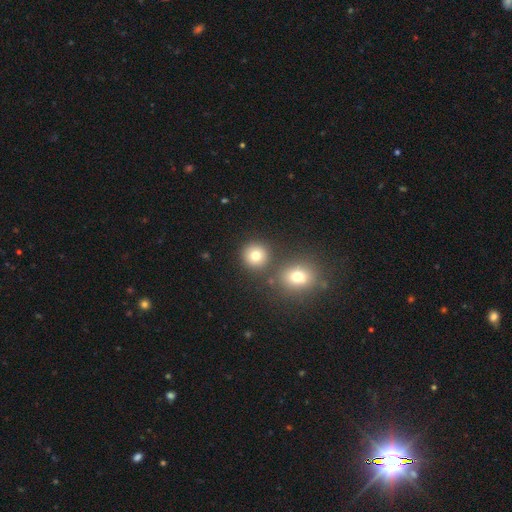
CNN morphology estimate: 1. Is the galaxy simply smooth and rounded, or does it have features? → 78% smooth, 14% star or artifact, 8% featured or disk.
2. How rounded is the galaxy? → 93% round, 7% in between, 1% cigar-shaped.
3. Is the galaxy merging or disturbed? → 81% none, 9% merger, 7% minor disturbance, 3% major disturbance.